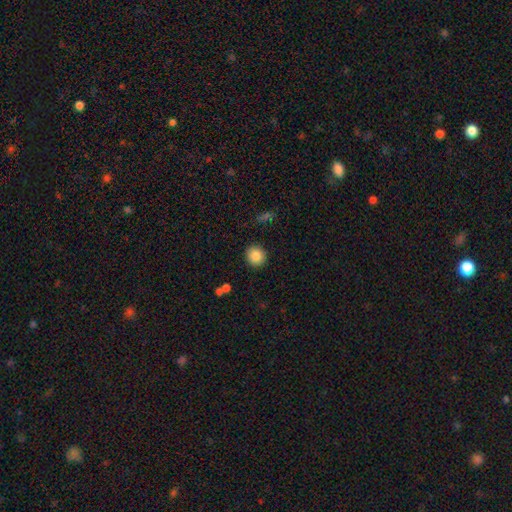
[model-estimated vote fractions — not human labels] A smooth galaxy with no disk features (86%) that is round (89%).

Vote fractions:
- Smooth or featured? smooth: 86% / star or artifact: 9% / featured or disk: 5%
- How rounded? round: 89% / in between: 10% / cigar-shaped: 1%
- Merging? none: 90% / minor disturbance: 6% / major disturbance: 2% / merger: 2%